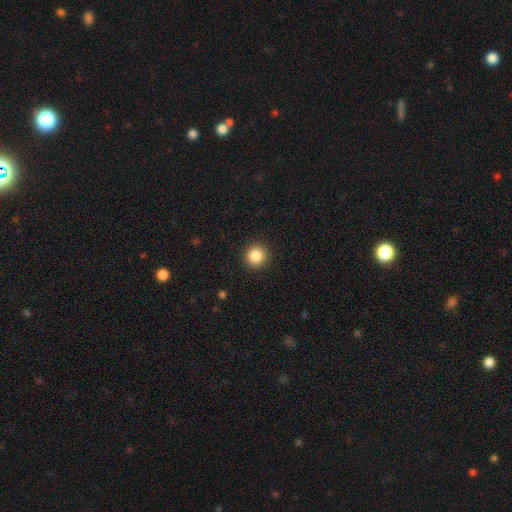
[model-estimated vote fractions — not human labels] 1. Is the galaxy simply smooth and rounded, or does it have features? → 86% smooth, 10% star or artifact, 4% featured or disk.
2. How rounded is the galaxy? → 93% round, 6% in between, 1% cigar-shaped.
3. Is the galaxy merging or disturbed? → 92% none, 5% minor disturbance, 2% major disturbance, 1% merger.